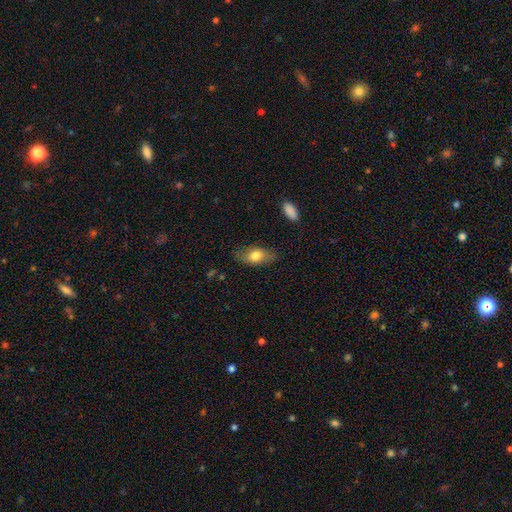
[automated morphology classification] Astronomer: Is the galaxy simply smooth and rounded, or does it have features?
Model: smooth — 75%.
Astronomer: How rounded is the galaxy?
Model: in between — 87%.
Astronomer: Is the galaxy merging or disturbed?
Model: none — 77%.